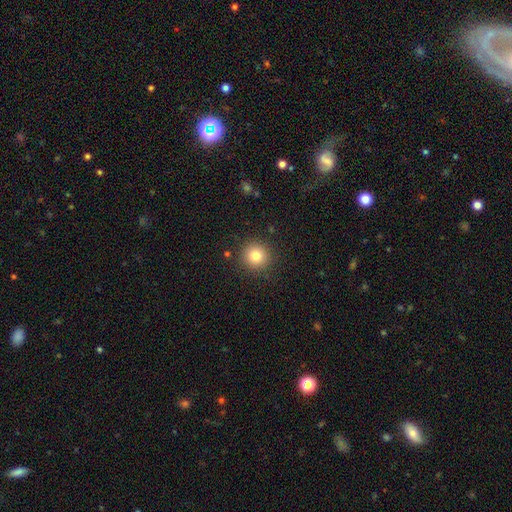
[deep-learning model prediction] Smooth or featured? Predicted: smooth (p=0.80). How rounded? Predicted: round (p=0.95). Merging? Predicted: none (p=0.90).